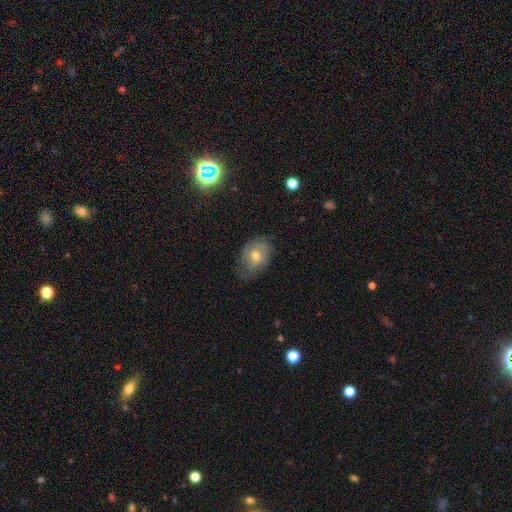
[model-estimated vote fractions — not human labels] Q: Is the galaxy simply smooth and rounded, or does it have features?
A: featured or disk — 56%.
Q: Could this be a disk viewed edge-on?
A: no — 95%.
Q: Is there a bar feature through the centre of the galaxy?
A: no — 64%.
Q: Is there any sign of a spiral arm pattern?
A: yes — 80%.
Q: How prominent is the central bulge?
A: moderate — 65%.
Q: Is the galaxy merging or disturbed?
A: none — 62%.